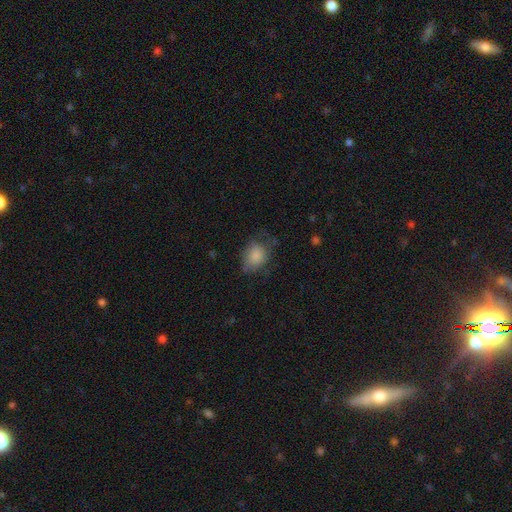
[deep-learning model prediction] A smooth galaxy with no disk features (82%) that is in between round and cigar-shaped (58%).

Vote fractions:
- Smooth or featured? smooth: 82% / featured or disk: 10% / star or artifact: 9%
- How rounded? in between: 58% / round: 41% / cigar-shaped: 1%
- Merging? none: 52% / minor disturbance: 31% / major disturbance: 16% / merger: 2%